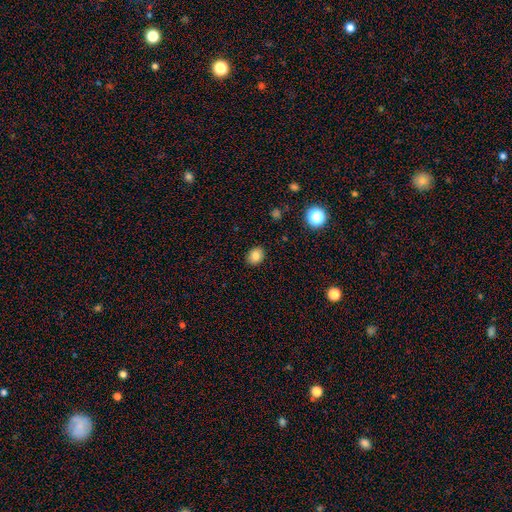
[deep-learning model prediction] Smooth or featured? Predicted: smooth (p=0.84). How rounded? Predicted: round (p=0.51). Merging? Predicted: none (p=0.89).